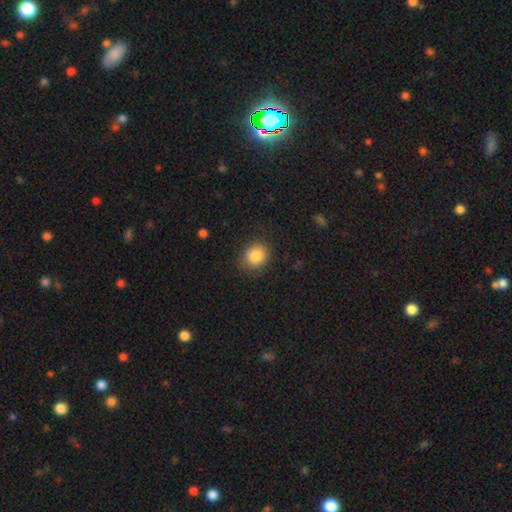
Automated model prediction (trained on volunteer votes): Q: Smooth or featured?
A: smooth (86%); runner-up: star or artifact (9%)
Q: How rounded?
A: round (66%); runner-up: in between (33%)
Q: Merging?
A: none (81%); runner-up: minor disturbance (14%)